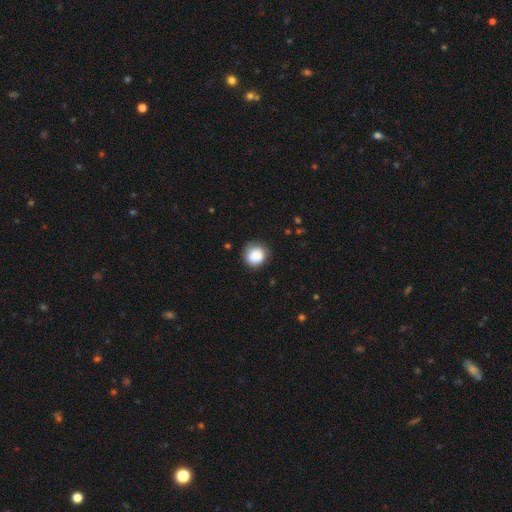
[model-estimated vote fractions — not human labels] Overall: smooth (86%). How rounded: round (88%). Merging: none (77%).